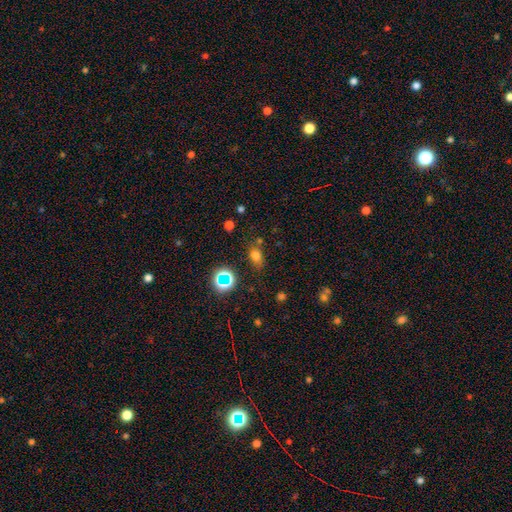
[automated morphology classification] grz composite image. It shows a smooth galaxy with no disk features (71%) that is in between round and cigar-shaped (67%). Merging: none (68%).